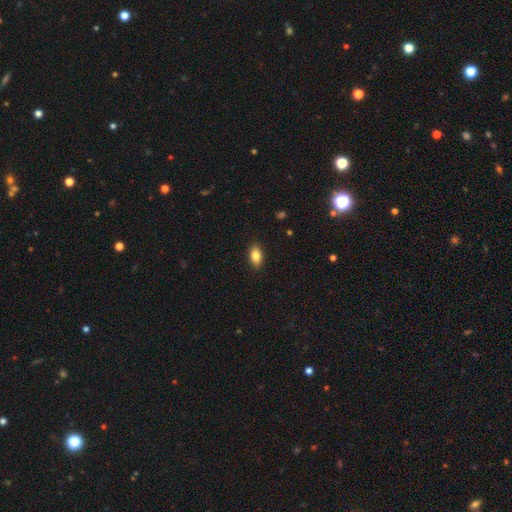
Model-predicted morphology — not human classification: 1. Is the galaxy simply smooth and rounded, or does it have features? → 83% smooth, 9% featured or disk, 8% star or artifact.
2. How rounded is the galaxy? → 88% in between, 6% round, 6% cigar-shaped.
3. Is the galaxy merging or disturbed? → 88% none, 9% minor disturbance, 2% major disturbance, 1% merger.